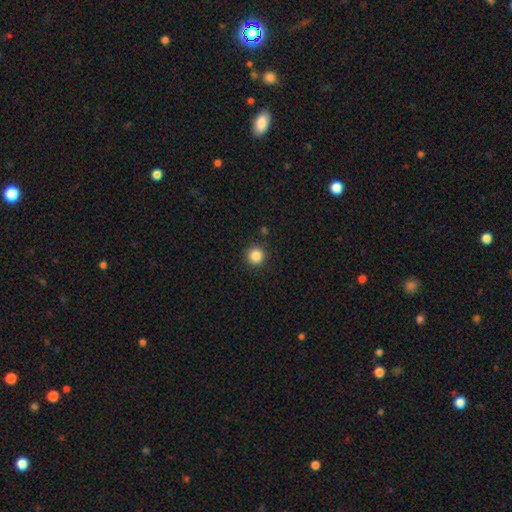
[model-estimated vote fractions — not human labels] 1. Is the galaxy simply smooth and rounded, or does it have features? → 86% smooth, 11% star or artifact, 3% featured or disk.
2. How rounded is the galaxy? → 95% round, 4% in between, 1% cigar-shaped.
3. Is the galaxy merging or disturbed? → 91% none, 5% minor disturbance, 2% major disturbance, 1% merger.